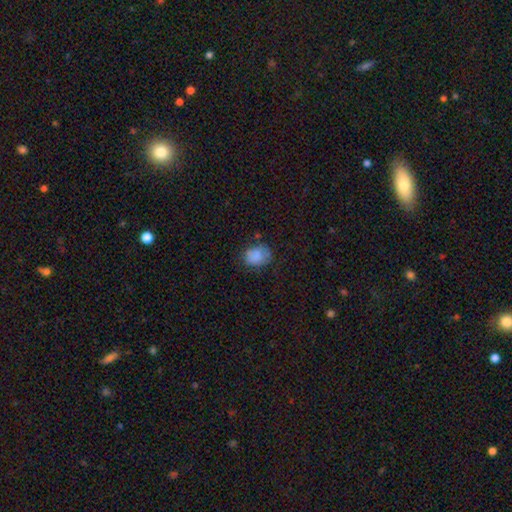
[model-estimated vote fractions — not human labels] A smooth galaxy with no disk features (82%) that is in between round and cigar-shaped (55%). Merging: none (63%).